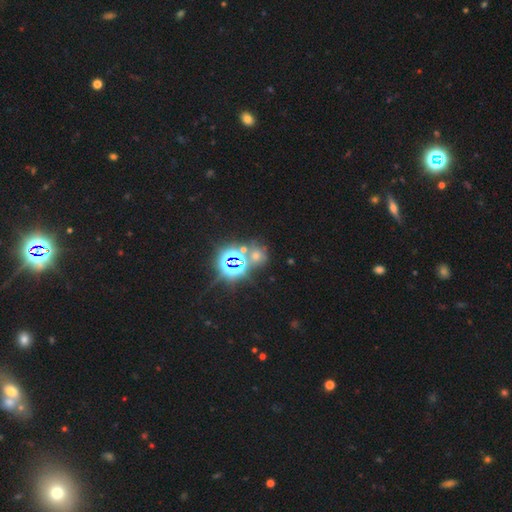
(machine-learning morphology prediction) A star or artifact, not a galaxy (60%).

Vote fractions:
- Smooth or featured? star or artifact: 60% / smooth: 30% / featured or disk: 10%